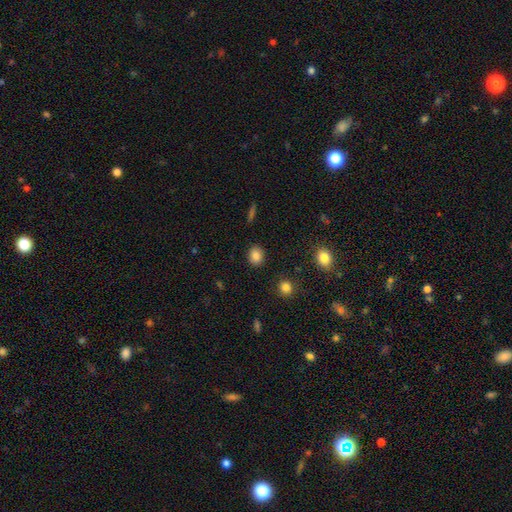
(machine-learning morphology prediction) smooth 85%, star or artifact 10%, featured or disk 5%. Down the decision tree: how rounded — round (54%); merging — none (89%).